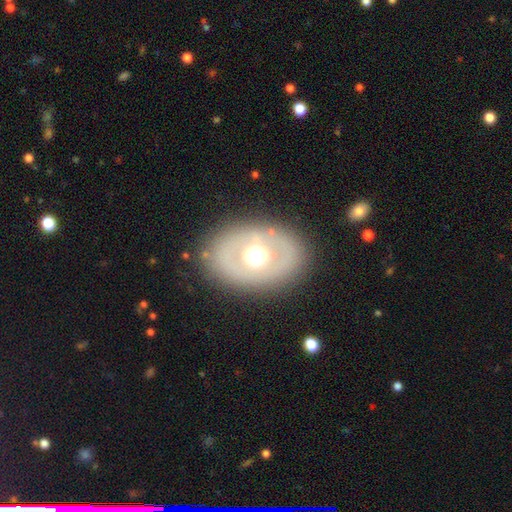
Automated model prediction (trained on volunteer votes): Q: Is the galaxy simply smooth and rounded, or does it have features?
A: featured or disk — 52%.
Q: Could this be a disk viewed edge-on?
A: no — 91%.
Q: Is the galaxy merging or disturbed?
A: none — 81%.